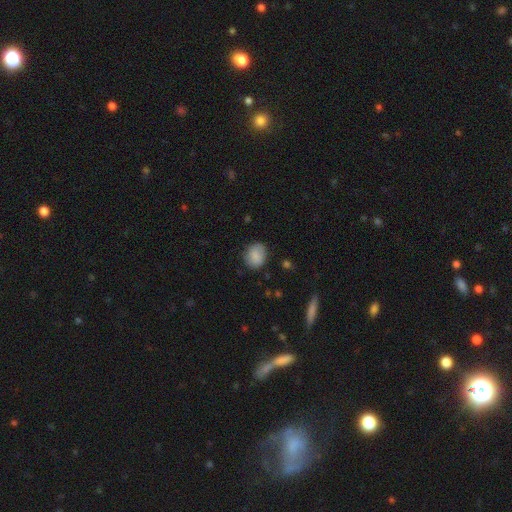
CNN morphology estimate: smooth_or_featured: smooth (p=0.85) [alt: star or artifact p=0.08]
how_rounded: round (p=0.63) [alt: in between p=0.36]
merging: none (p=0.82) [alt: minor disturbance p=0.13]